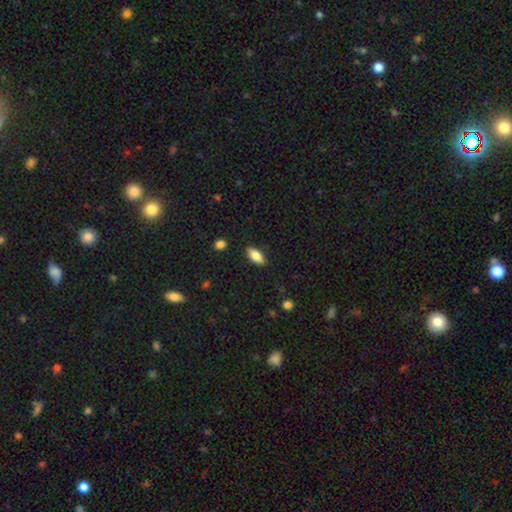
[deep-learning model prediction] smooth 74%, featured or disk 19%, star or artifact 7%. Down the decision tree: how rounded — in between (84%); merging — none (87%).